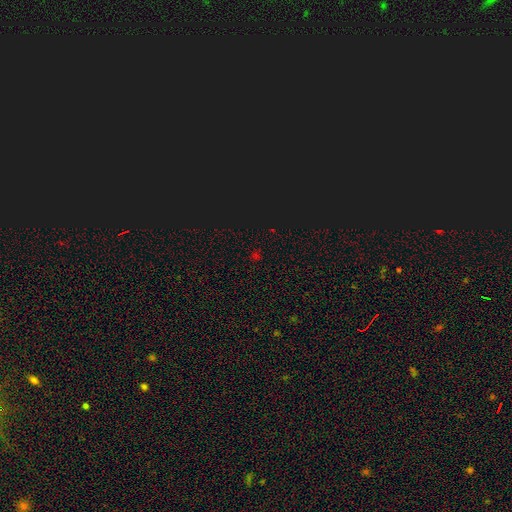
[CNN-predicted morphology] Smooth or featured? Predicted: star or artifact (p=0.66).